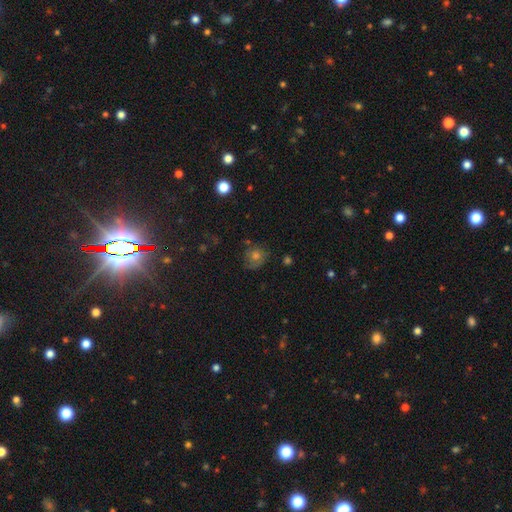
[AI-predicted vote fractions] Smooth or featured: smooth — 57% (featured or disk — 22%)
How rounded: round — 81% (in between — 18%)
Merging: none — 68% (minor disturbance — 21%)